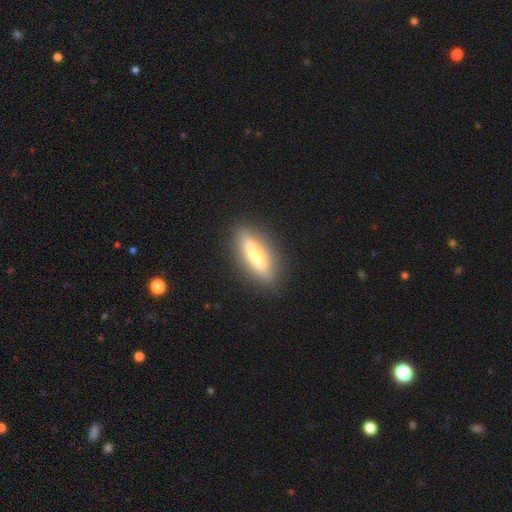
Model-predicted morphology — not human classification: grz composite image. It shows a smooth galaxy with no disk features (47%). Merging: none (87%).